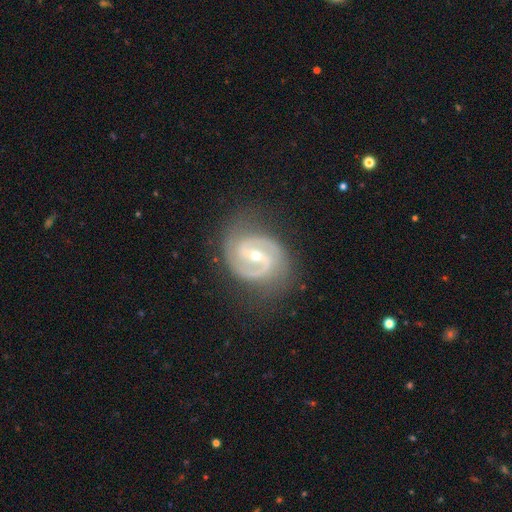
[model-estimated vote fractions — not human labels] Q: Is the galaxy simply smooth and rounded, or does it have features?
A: featured or disk — 91%.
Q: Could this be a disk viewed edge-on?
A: no — 98%.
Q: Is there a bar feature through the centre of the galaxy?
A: weak — 43%.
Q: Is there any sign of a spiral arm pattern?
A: yes — 98%.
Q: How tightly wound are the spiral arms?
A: medium — 56%.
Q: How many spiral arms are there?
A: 2 — 90%.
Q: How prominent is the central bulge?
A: small — 58%.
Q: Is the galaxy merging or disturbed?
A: none — 75%.